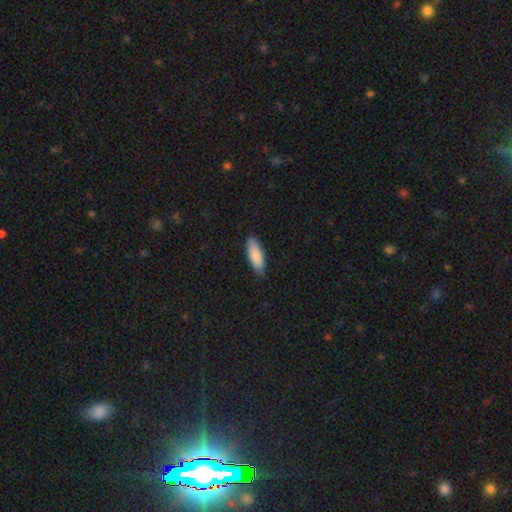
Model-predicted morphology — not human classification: This is clearly a smooth galaxy (86%). How rounded: likely in between (62%). Merging: clearly none (84%).